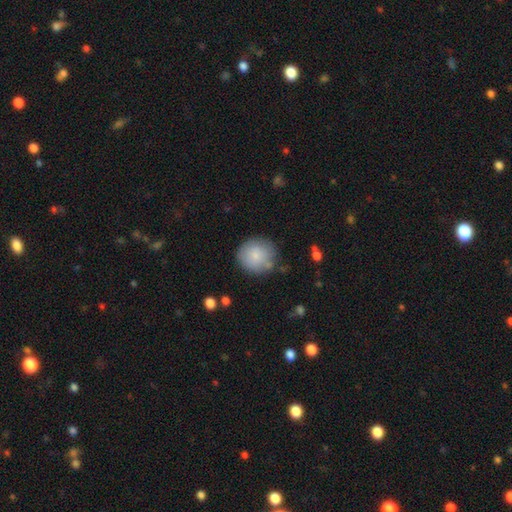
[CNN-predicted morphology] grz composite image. It shows a smooth galaxy with no disk features (83%) that is round (91%). Merging: none (75%).